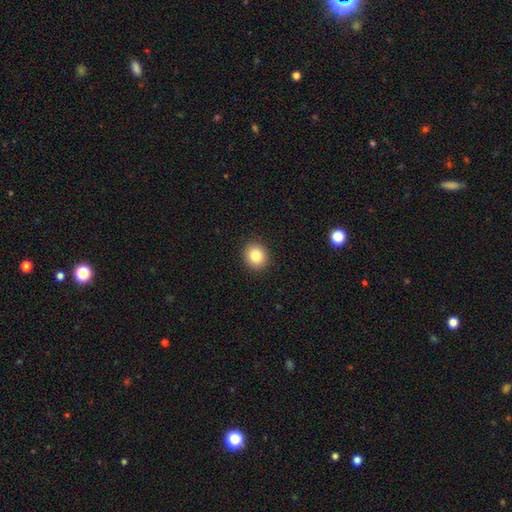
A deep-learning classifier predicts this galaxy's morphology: Smooth or featured? smooth (84%)
How rounded? round (81%)
Merging? none (92%)